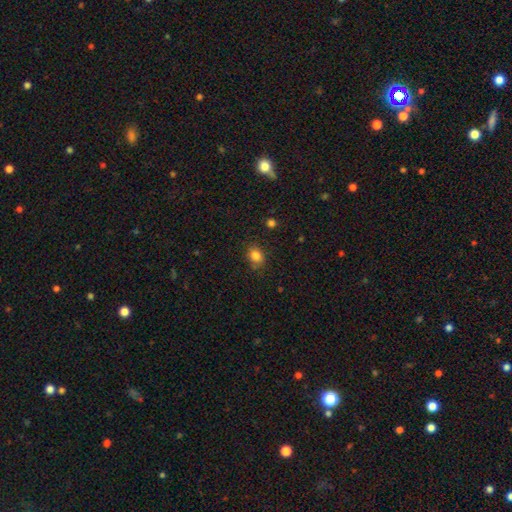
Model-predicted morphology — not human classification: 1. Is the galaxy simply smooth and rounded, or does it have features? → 84% smooth, 11% star or artifact, 5% featured or disk.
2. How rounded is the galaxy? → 54% round, 45% in between, 1% cigar-shaped.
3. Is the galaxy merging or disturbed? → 80% none, 15% minor disturbance, 4% major disturbance, 2% merger.